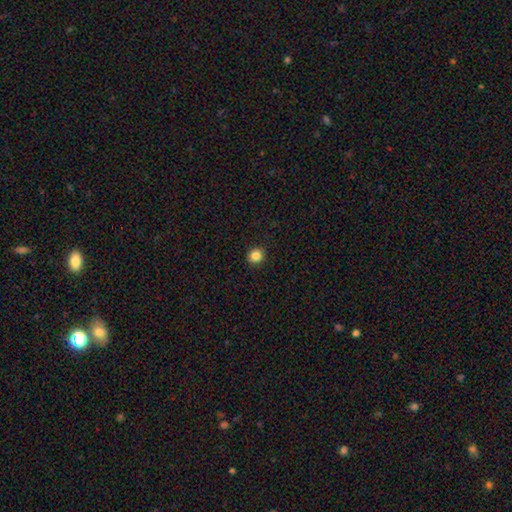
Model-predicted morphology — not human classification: Smooth or featured? smooth (85%)
How rounded? round (91%)
Merging? none (93%)